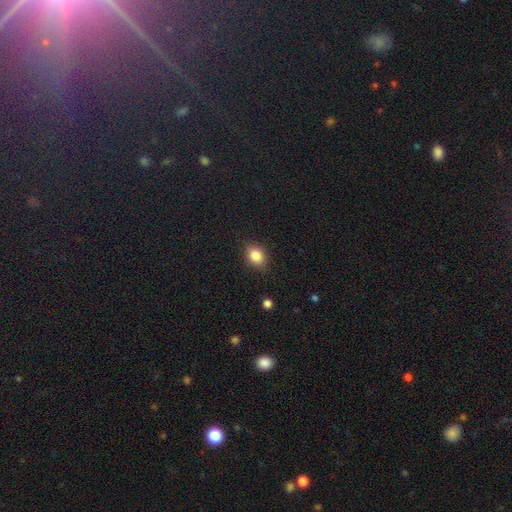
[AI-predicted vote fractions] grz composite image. It shows a smooth galaxy with no disk features (84%) that is in between round and cigar-shaped (53%). Merging: none (83%).